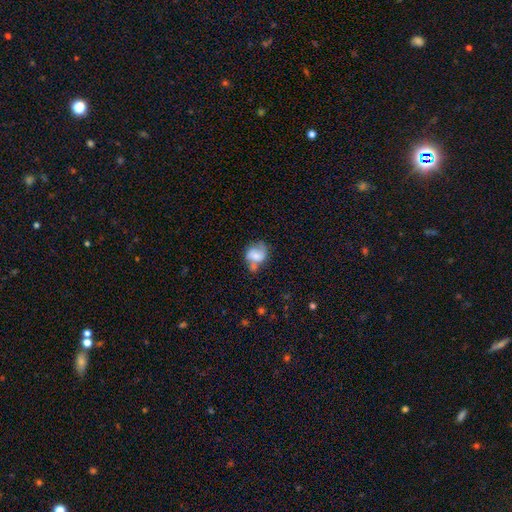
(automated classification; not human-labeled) Smooth or featured?
  - smooth: 58% *
  - featured or disk: 33%
  - star or artifact: 9%
How rounded?
  - round: 56% *
  - in between: 43%
  - cigar-shaped: 1%
Merging?
  - none: 36% *
  - merger: 25%
  - minor disturbance: 25%
  - major disturbance: 14%